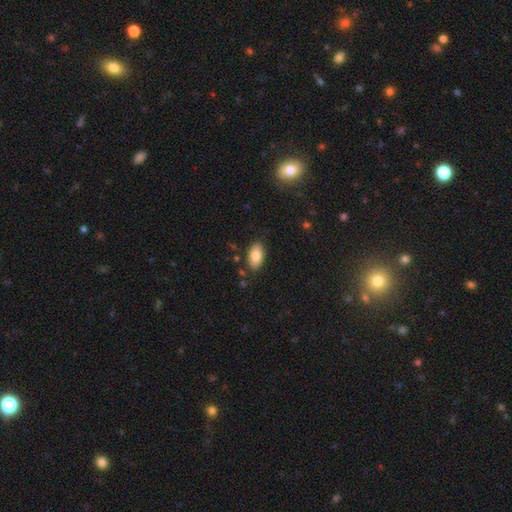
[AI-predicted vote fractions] Smooth or featured: smooth — 82% (featured or disk — 11%)
How rounded: in between — 94% (round — 4%)
Merging: none — 85% (minor disturbance — 11%)